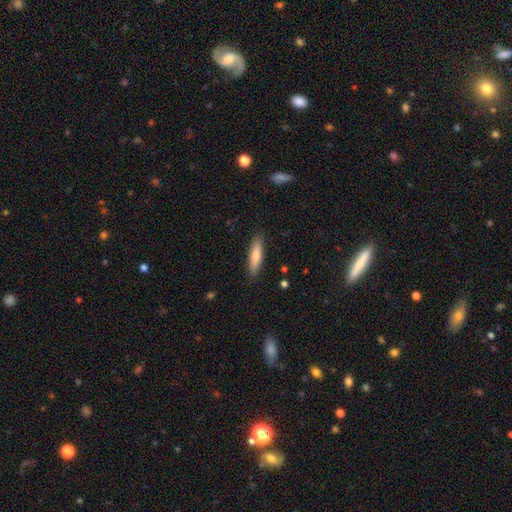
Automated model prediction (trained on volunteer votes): A smooth galaxy with no disk features (77%) that is cigar-shaped (74%). Merging: none (89%).